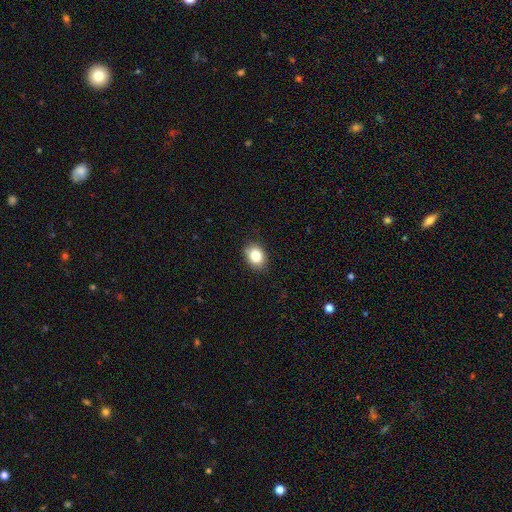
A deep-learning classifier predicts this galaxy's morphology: Q: Smooth or featured?
A: smooth (83%); runner-up: star or artifact (9%)
Q: How rounded?
A: in between (63%); runner-up: round (36%)
Q: Merging?
A: none (85%); runner-up: minor disturbance (12%)